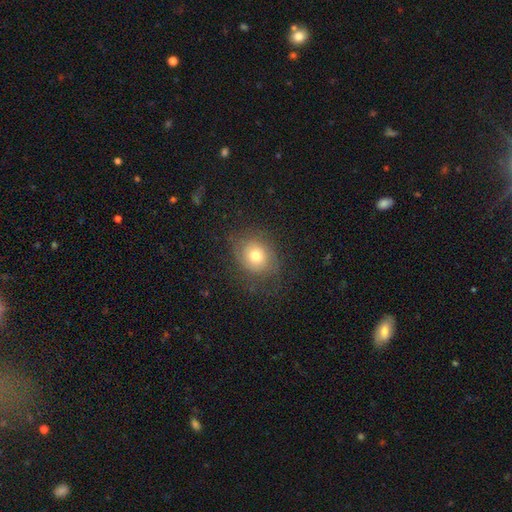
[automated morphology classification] smooth-or-featured: smooth: 66% | featured or disk: 22% | star or artifact: 12%
  how-rounded: round: 63% | in between: 36% | cigar-shaped: 1%
  merging: none: 71% | minor disturbance: 18% | major disturbance: 10% | merger: 1%